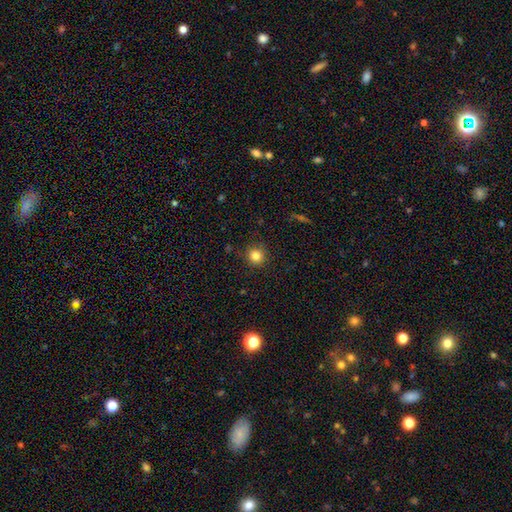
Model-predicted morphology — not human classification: A smooth galaxy with no disk features (82%) that is round (93%).

Vote fractions:
- Smooth or featured? smooth: 82% / star or artifact: 12% / featured or disk: 6%
- How rounded? round: 93% / in between: 6% / cigar-shaped: 1%
- Merging? none: 89% / minor disturbance: 8% / major disturbance: 2% / merger: 1%